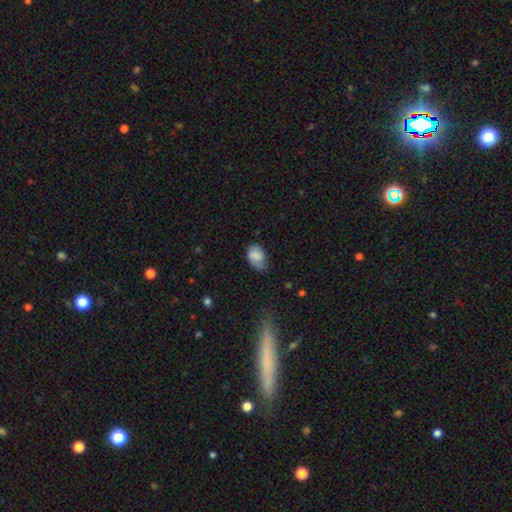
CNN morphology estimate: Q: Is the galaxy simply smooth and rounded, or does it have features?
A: smooth — 74%.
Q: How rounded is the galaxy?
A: in between — 84%.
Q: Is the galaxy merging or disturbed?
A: none — 50%.